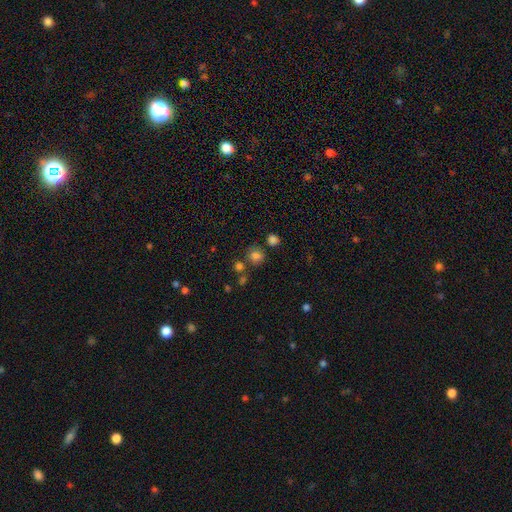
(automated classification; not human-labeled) smooth_or_featured: smooth (p=0.76) [alt: star or artifact p=0.16]
how_rounded: round (p=0.82) [alt: in between p=0.17]
merging: none (p=0.72) [alt: merger p=0.13]